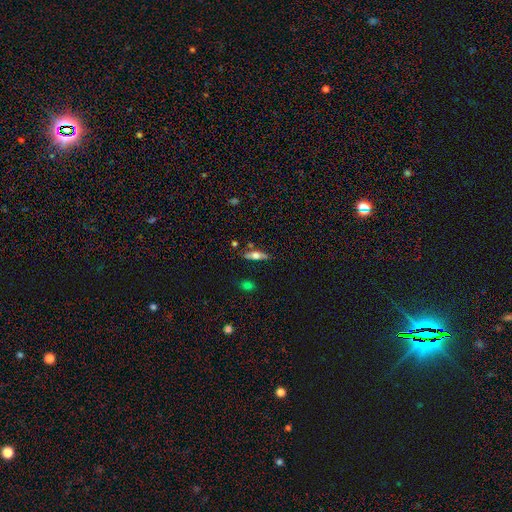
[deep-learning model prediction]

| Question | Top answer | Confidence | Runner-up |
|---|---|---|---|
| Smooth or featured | featured or disk | 47% | smooth (45%) |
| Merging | none | 75% | minor disturbance (15%) |